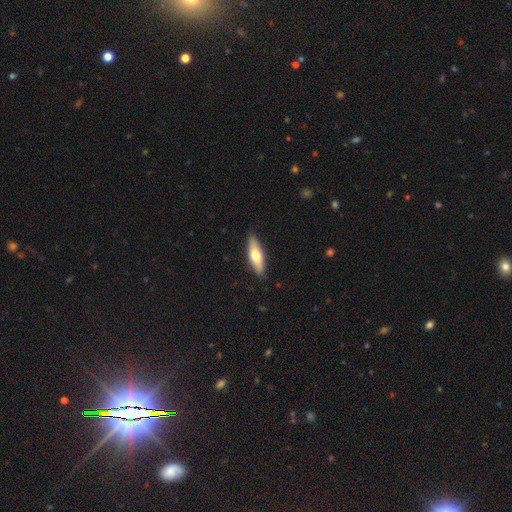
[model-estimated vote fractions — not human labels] Smooth or featured: smooth — 59% (featured or disk — 36%)
How rounded: cigar-shaped — 53% (in between — 44%)
Merging: none — 87% (minor disturbance — 10%)